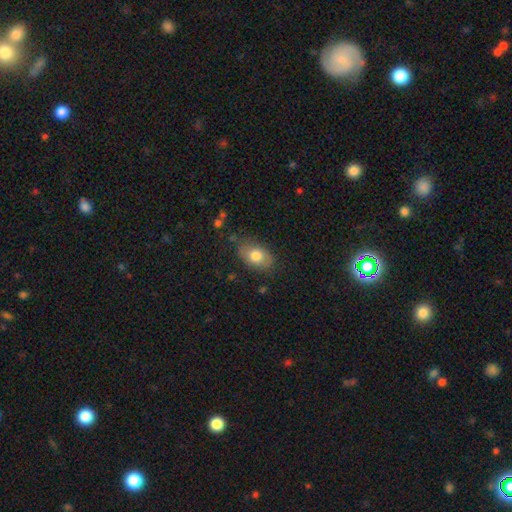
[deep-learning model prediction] smooth_or_featured: smooth (p=0.77) [alt: featured or disk p=0.16]
how_rounded: in between (p=0.86) [alt: round p=0.12]
merging: none (p=0.76) [alt: minor disturbance p=0.18]